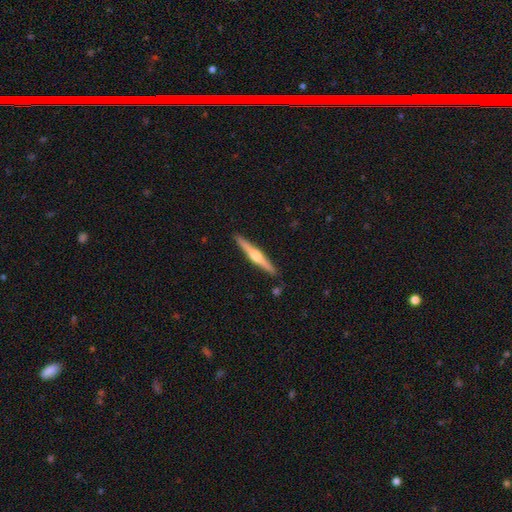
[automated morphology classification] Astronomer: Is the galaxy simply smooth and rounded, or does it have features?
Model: featured or disk — 74%.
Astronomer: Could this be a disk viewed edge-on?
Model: yes — 98%.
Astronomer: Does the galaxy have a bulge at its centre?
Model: rounded — 92%.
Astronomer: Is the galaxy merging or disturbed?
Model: none — 91%.